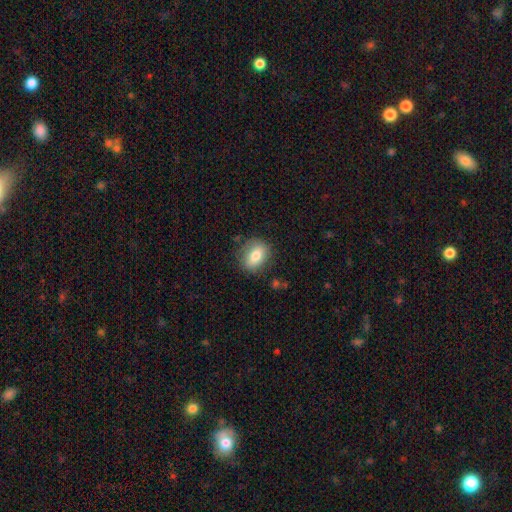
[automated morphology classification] The model was most divided on "how rounded": in between: 59%, round: 39%, cigar-shaped: 2%. More confident: merging — none (80%); smooth or featured — smooth (75%).